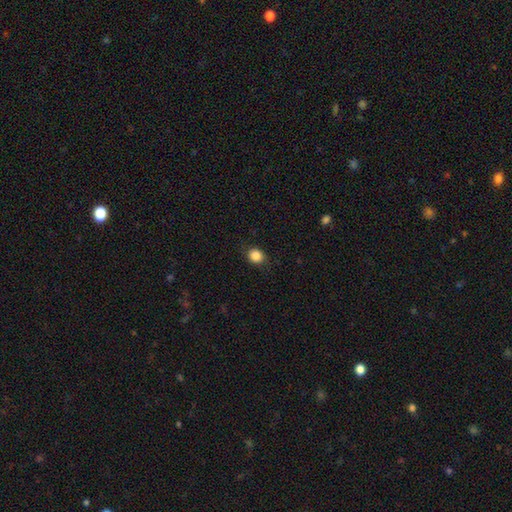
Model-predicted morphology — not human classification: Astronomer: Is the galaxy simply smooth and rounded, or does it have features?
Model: smooth — 86%.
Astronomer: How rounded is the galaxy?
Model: round — 75%.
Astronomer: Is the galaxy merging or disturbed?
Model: none — 84%.